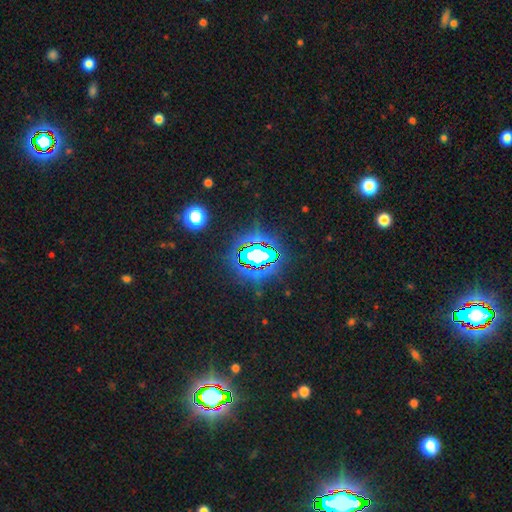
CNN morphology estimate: Smooth or featured? Predicted: star or artifact (p=0.73).